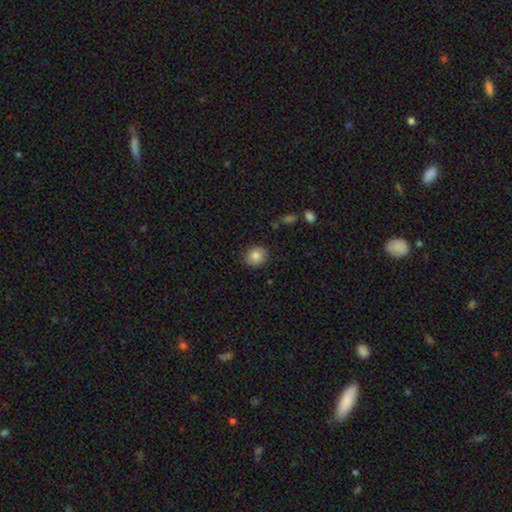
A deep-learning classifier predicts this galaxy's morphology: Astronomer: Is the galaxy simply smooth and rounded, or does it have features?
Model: smooth — 80%.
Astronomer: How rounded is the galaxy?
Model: round — 69%.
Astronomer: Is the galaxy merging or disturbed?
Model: none — 84%.